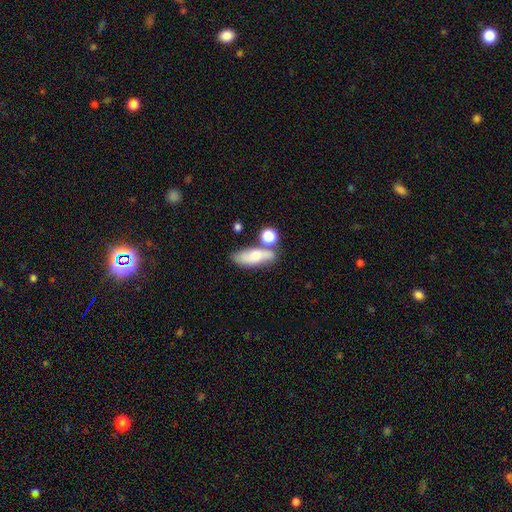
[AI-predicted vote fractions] A smooth galaxy with no disk features (60%) that is in between round and cigar-shaped (68%). Merging: none (59%).